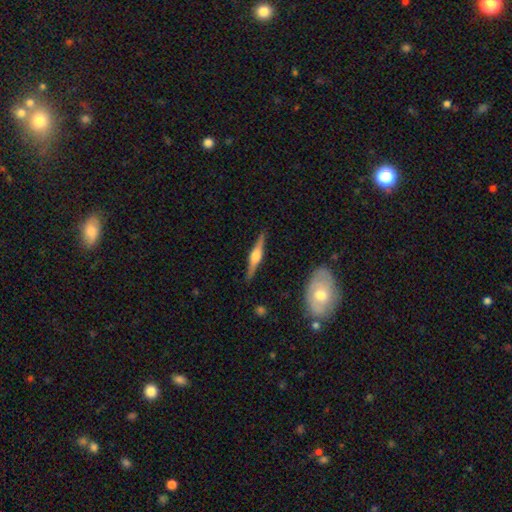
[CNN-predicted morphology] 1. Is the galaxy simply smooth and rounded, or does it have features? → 79% featured or disk, 16% smooth, 5% star or artifact.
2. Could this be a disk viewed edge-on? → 98% yes, 2% no.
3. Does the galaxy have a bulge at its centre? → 88% rounded, 9% boxy, 2% none.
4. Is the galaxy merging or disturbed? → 90% none, 7% minor disturbance, 2% major disturbance, 1% merger.